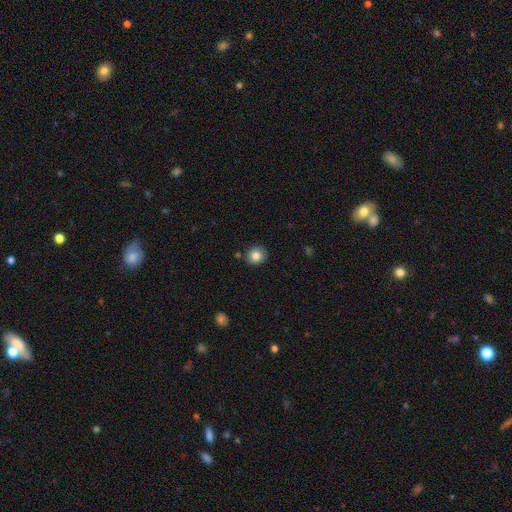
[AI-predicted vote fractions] A smooth galaxy with no disk features (83%) that is round (85%). Merging: none (85%).